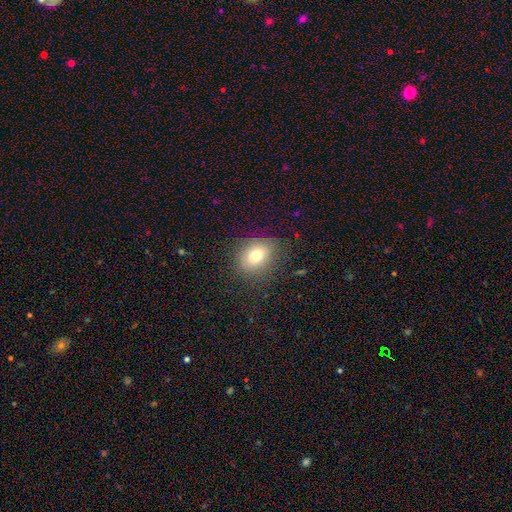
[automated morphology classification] This appears to be a smooth galaxy with no disk features (74%) that is in between round and cigar-shaped (55%). Merging: none (78%).